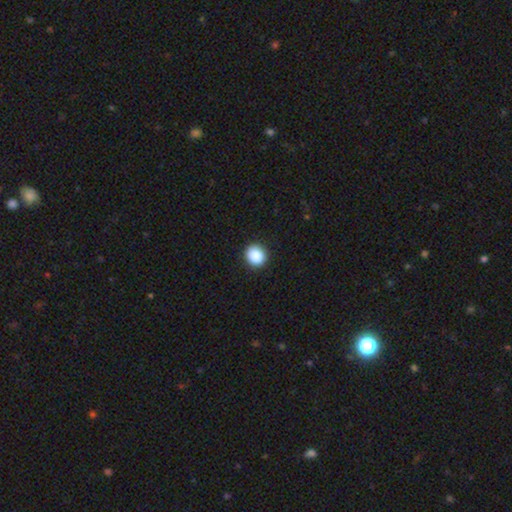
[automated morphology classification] Smooth or featured? Predicted: smooth (p=0.89). How rounded? Predicted: round (p=0.84). Merging? Predicted: none (p=0.91).